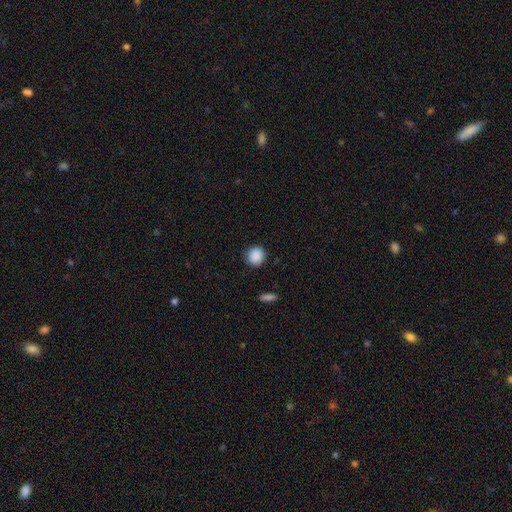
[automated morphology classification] type=smooth (89%); roundness=round (91%); merging=none (89%).